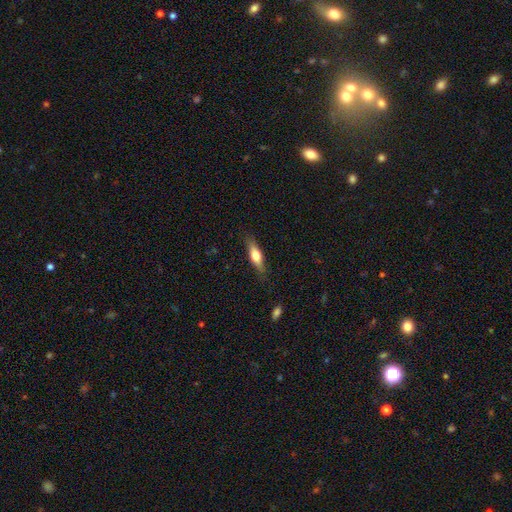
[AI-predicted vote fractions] smooth 58%, featured or disk 35%, star or artifact 6%. Down the decision tree: how rounded — cigar-shaped (57%); merging — none (81%).